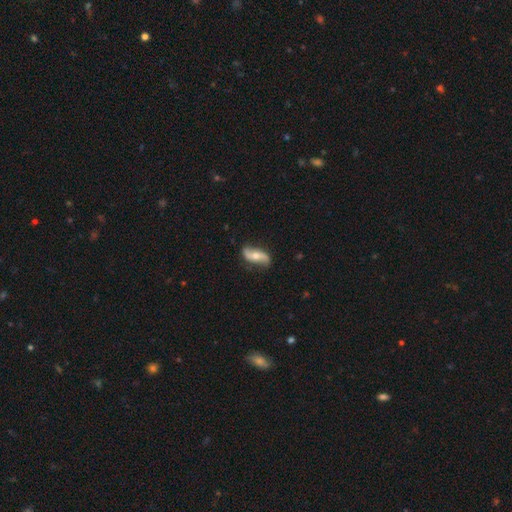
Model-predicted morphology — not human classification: A featured or disk galaxy (73%) with no bar (59%), 2 (92%) loose (80%) spiral arms (91%) and a moderate central bulge (61%). Merging: none (79%).